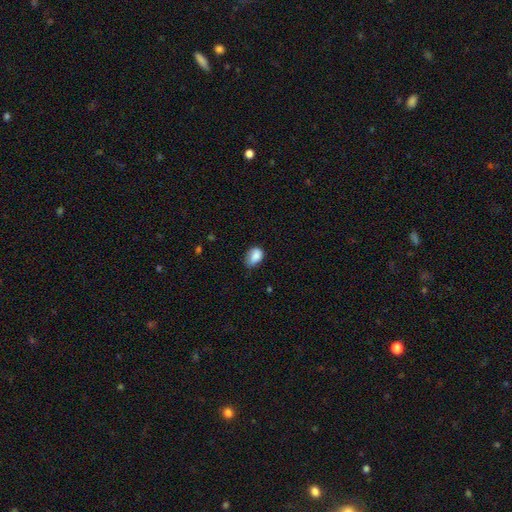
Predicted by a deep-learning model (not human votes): Overall: smooth (85%). How rounded: in between (78%). Merging: none (49%; minor disturbance 39%).